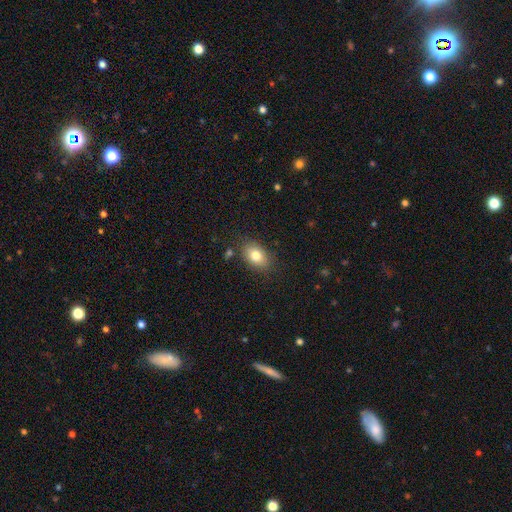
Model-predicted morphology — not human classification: type=smooth (80%); roundness=in between (80%); merging=none (82%).